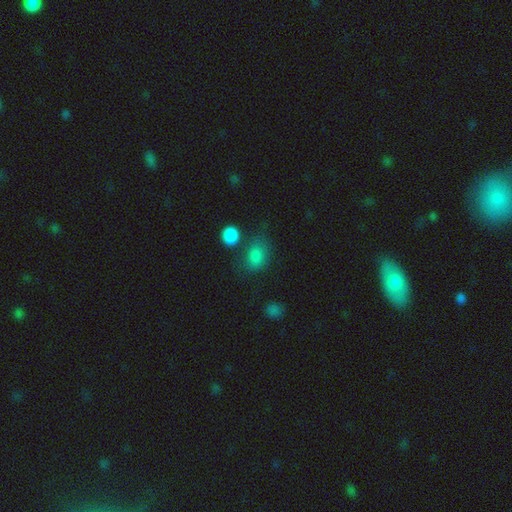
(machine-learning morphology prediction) Overall: smooth (81%). How rounded: in between (70%). Merging: none (58%; minor disturbance 20%).